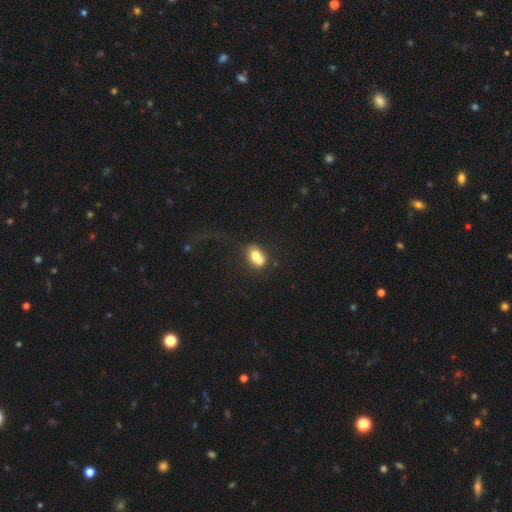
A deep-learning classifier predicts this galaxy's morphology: Q: Smooth or featured?
A: smooth (67%); runner-up: featured or disk (23%)
Q: How rounded?
A: in between (70%); runner-up: round (28%)
Q: Merging?
A: merger (43%); runner-up: none (33%)